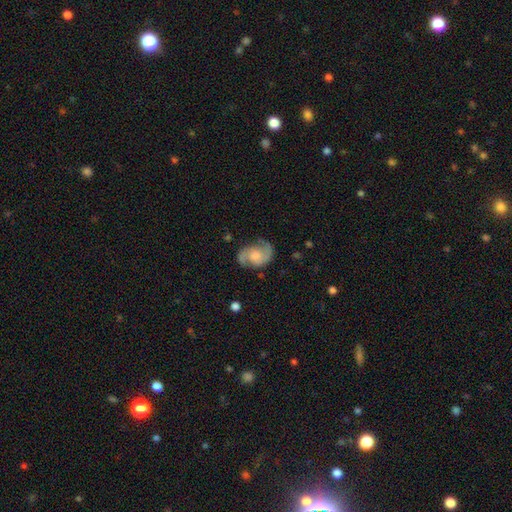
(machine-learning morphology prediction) A featured or disk galaxy (84%) with no bar (63%), 2 (92%) medium (55%) spiral arms (96%) and a moderate central bulge (35%).

Vote fractions:
- Smooth or featured? featured or disk: 84% / smooth: 11% / star or artifact: 5%
- Edge-on disk? no: 98% / yes: 2%
- Bar? no: 63% / weak: 32% / strong: 5%
- Spiral arms? yes: 96% / no: 4%
- Spiral winding? medium: 55% / loose: 26% / tight: 20%
- Spiral arm count? 2: 92% / can't tell: 3% / 1: 2% / 3: 1% / 4: 1% / more than 4: 1%
- Bulge size? moderate: 35% / small: 22% / none: 21% / large: 20% / dominant: 3%
- Merging? none: 76% / minor disturbance: 16% / major disturbance: 6% / merger: 2%